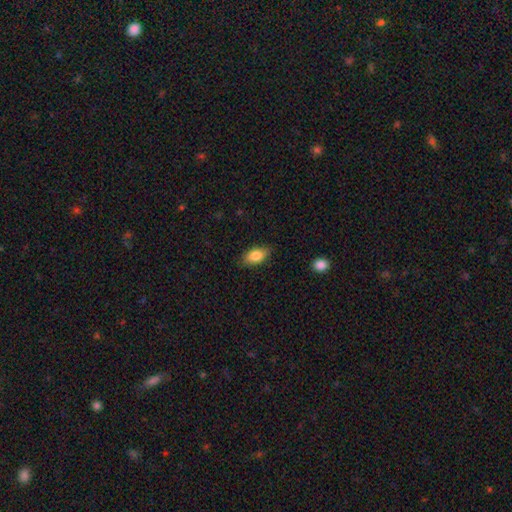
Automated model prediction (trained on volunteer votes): Morphology: type=smooth (85%); roundness=in between (90%); merging=none (83%).